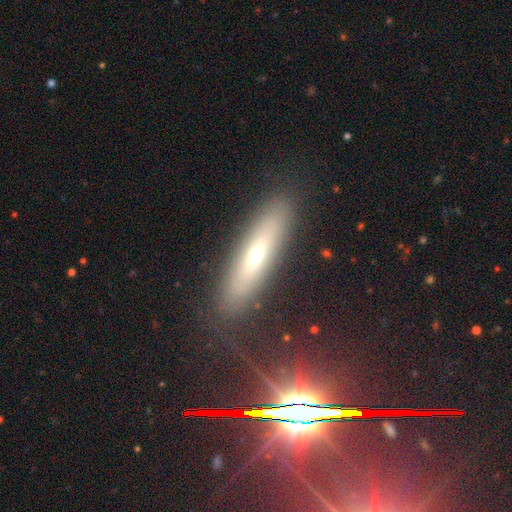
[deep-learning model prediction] This is possibly a smooth galaxy (46%). Merging: clearly none (87%).